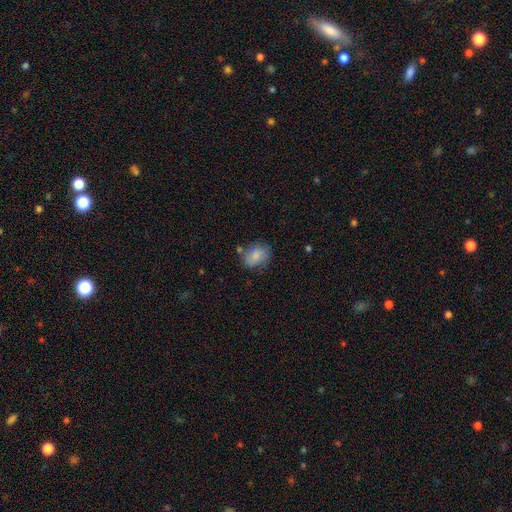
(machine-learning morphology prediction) The model was most divided on "how rounded": in between: 66%, round: 32%, cigar-shaped: 1%. More confident: smooth or featured — smooth (79%); merging — none (64%).